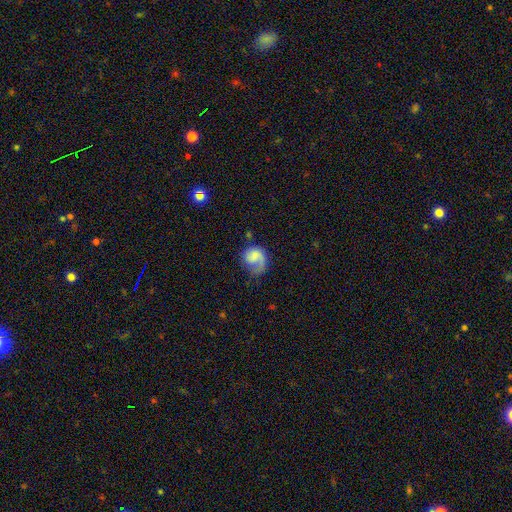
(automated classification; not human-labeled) Smooth or featured: featured or disk — 56% (smooth — 37%)
Edge-on disk: no — 98% (yes — 2%)
Bar: no — 62% (weak — 33%)
Spiral arms: yes — 90% (no — 10%)
Bulge size: none — 40% (small — 30%)
Merging: none — 49% (major disturbance — 26%)